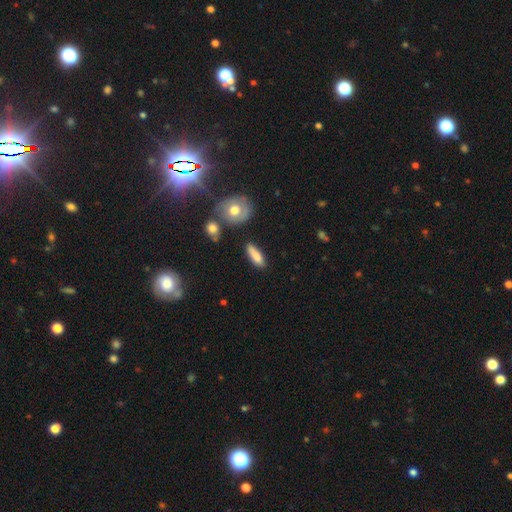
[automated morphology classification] smooth-or-featured: smooth: 81% | featured or disk: 12% | star or artifact: 7%
  how-rounded: cigar-shaped: 51% | in between: 45% | round: 4%
  merging: none: 78% | minor disturbance: 14% | merger: 4% | major disturbance: 3%